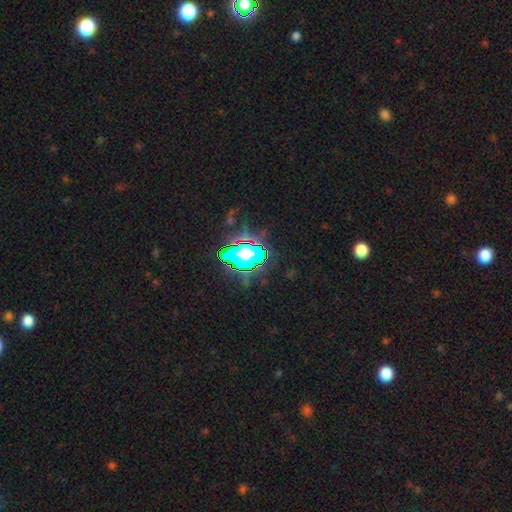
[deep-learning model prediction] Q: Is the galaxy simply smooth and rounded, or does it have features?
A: star or artifact — 80%.